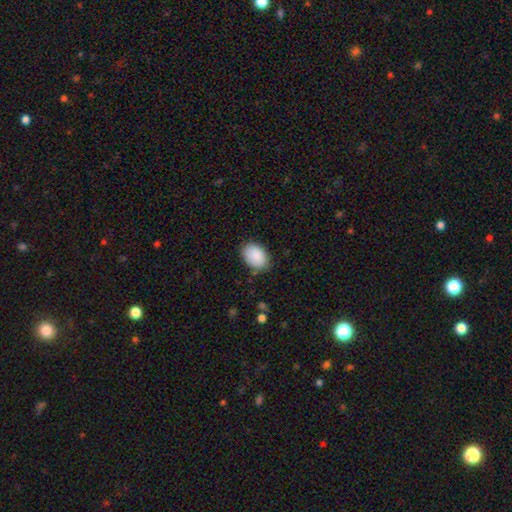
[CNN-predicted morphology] smooth-or-featured: smooth: 89% | star or artifact: 7% | featured or disk: 4%
  how-rounded: in between: 82% | round: 17% | cigar-shaped: 1%
  merging: none: 81% | minor disturbance: 15% | major disturbance: 3% | merger: 1%